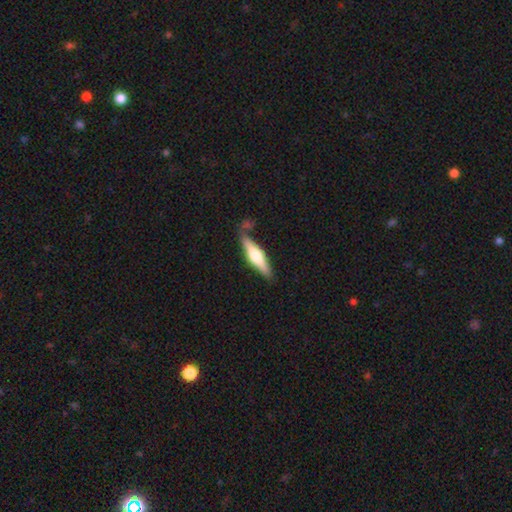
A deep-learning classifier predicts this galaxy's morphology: Smooth or featured? Predicted: featured or disk (p=0.58). Edge-on disk? Predicted: yes (p=0.95). Edge-on bulge? Predicted: rounded (p=0.86). Merging? Predicted: none (p=0.75).